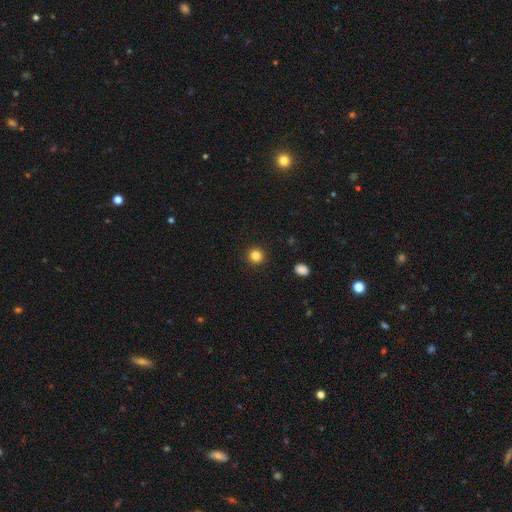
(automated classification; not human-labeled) smooth_or_featured: smooth (p=0.84) [alt: star or artifact p=0.12]
how_rounded: round (p=0.93) [alt: in between p=0.06]
merging: none (p=0.93) [alt: minor disturbance p=0.05]